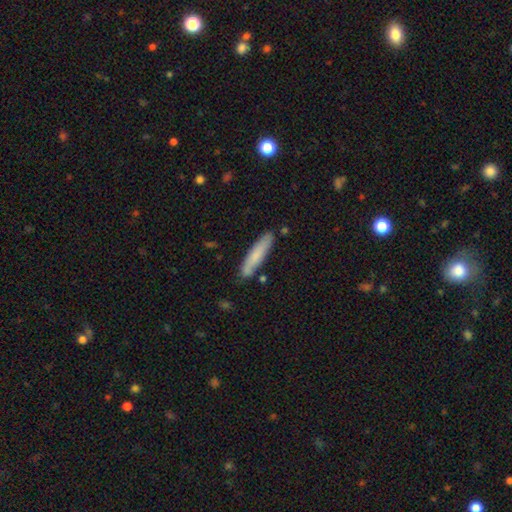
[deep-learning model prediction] smooth 75%, featured or disk 19%, star or artifact 6%. Down the decision tree: how rounded — cigar-shaped (87%); merging — none (82%).